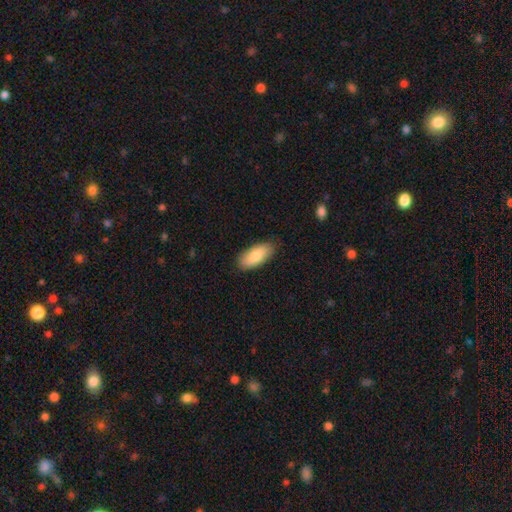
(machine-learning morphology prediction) Smooth or featured?
  - smooth: 83% *
  - featured or disk: 11%
  - star or artifact: 6%
How rounded?
  - in between: 89% *
  - cigar-shaped: 9%
  - round: 2%
Merging?
  - none: 84% *
  - minor disturbance: 12%
  - major disturbance: 2%
  - merger: 1%